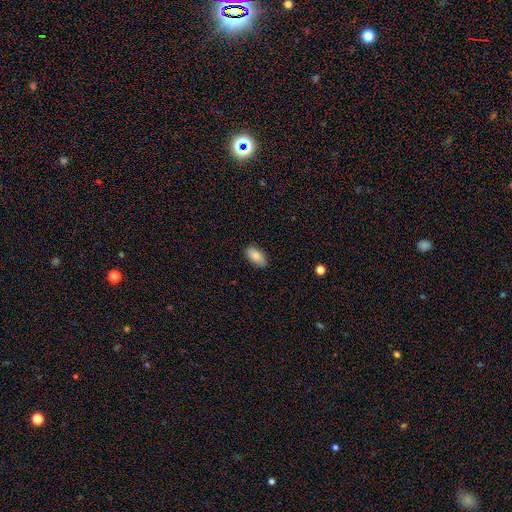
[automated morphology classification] Smooth or featured? smooth (87%)
How rounded? in between (94%)
Merging? none (84%)